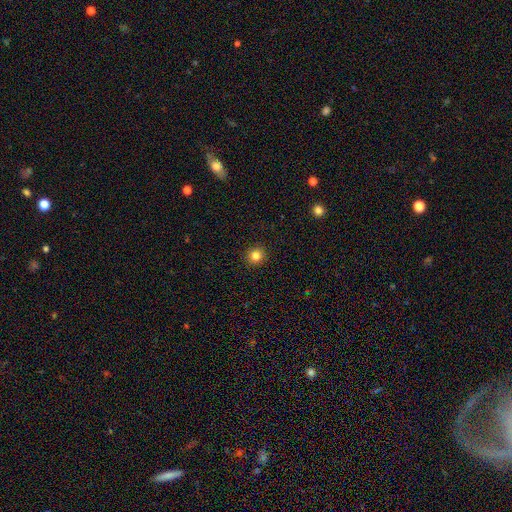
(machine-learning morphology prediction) The model was most divided on "smooth or featured": smooth: 83%, star or artifact: 12%, featured or disk: 6%. More confident: how rounded — round (93%); merging — none (93%).